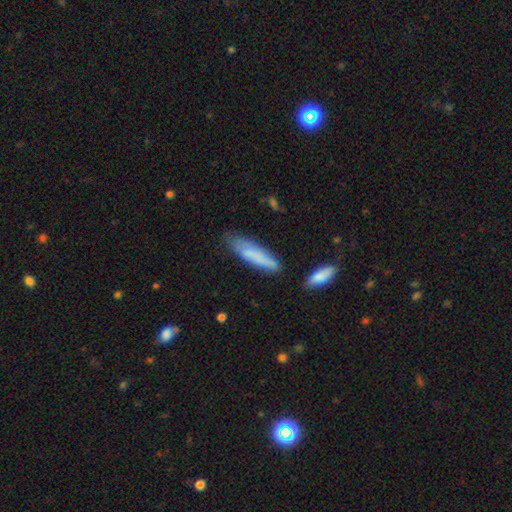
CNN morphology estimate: type=smooth (76%); roundness=cigar-shaped (78%); merging=none (70%).